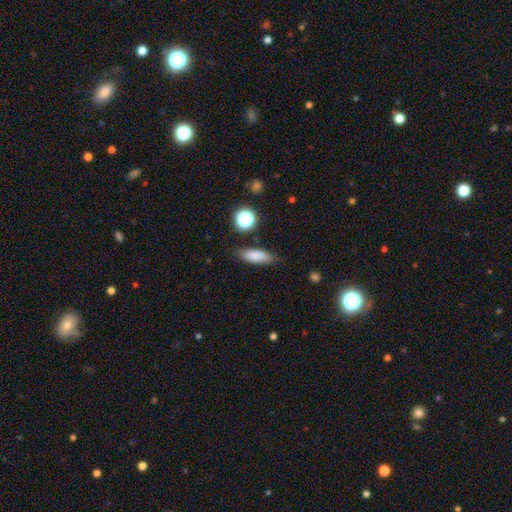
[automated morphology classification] smooth-or-featured: smooth: 82% | star or artifact: 10% | featured or disk: 8%
  how-rounded: in between: 64% | cigar-shaped: 31% | round: 5%
  merging: none: 81% | minor disturbance: 13% | major disturbance: 3% | merger: 3%